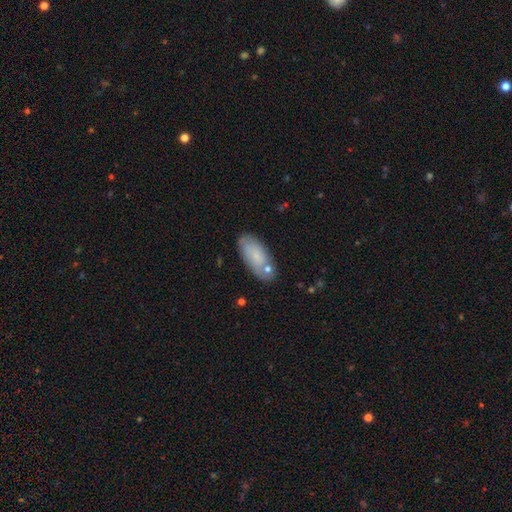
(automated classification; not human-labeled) This appears to be a smooth galaxy with no disk features (72%) that is in between round and cigar-shaped (87%). Merging: none (70%).